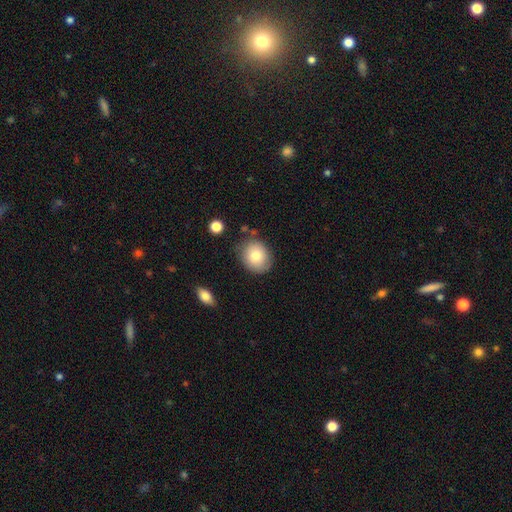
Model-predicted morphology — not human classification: Smooth or featured?
  - smooth: 79% *
  - featured or disk: 12%
  - star or artifact: 8%
How rounded?
  - round: 69% *
  - in between: 30%
  - cigar-shaped: 1%
Merging?
  - none: 79% *
  - minor disturbance: 14%
  - major disturbance: 3%
  - merger: 3%